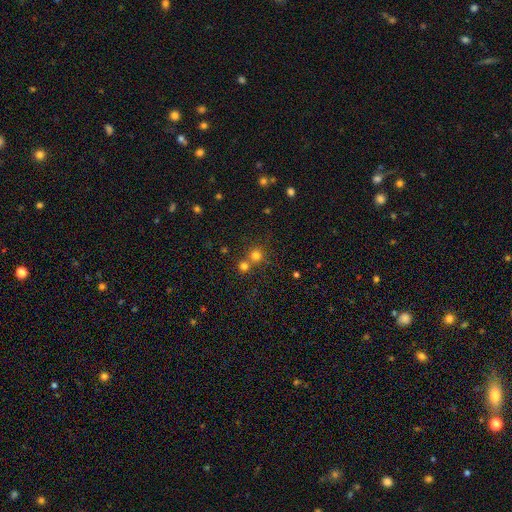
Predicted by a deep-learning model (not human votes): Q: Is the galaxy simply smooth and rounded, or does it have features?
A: smooth — 75%.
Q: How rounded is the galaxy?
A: round — 92%.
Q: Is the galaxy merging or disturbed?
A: none — 61%.